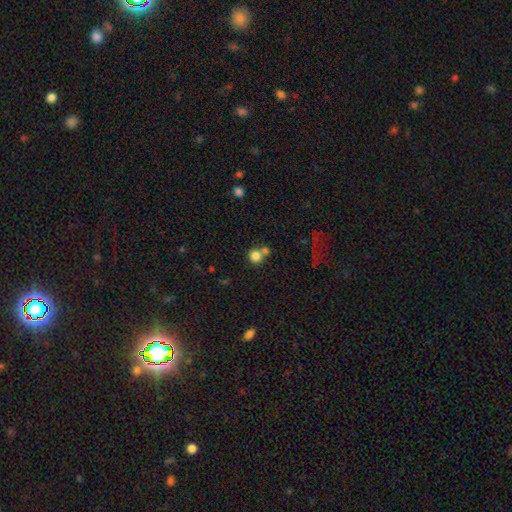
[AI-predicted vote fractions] Smooth or featured? smooth (81%)
How rounded? round (89%)
Merging? none (55%)